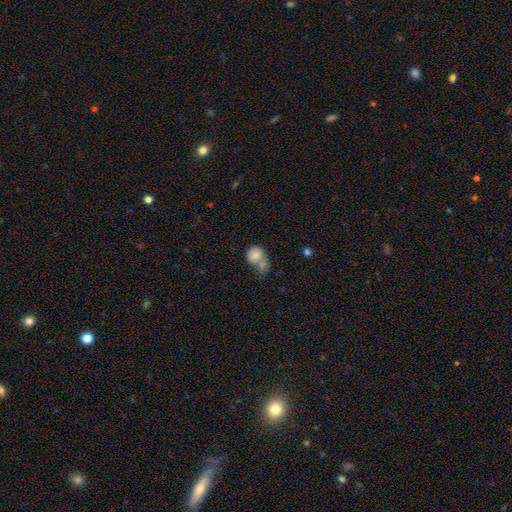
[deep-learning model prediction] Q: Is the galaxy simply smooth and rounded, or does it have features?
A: smooth — 79%.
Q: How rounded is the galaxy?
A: round — 57%.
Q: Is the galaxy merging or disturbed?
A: merger — 51%.